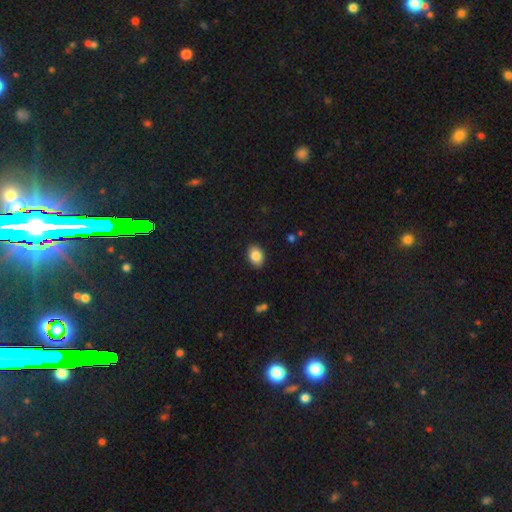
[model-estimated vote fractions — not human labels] Q: Smooth or featured?
A: smooth (85%); runner-up: star or artifact (8%)
Q: How rounded?
A: in between (79%); runner-up: round (20%)
Q: Merging?
A: none (88%); runner-up: minor disturbance (9%)